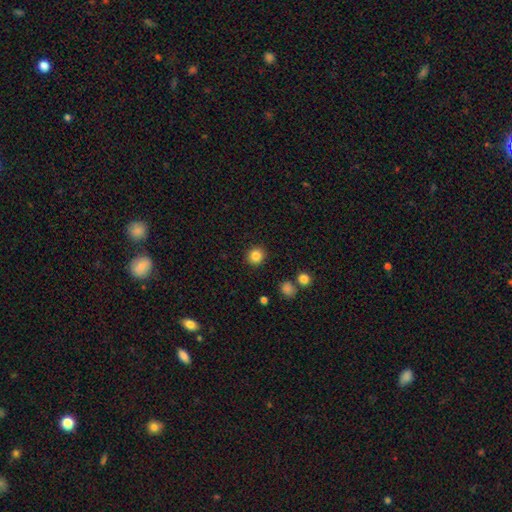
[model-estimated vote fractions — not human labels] Smooth or featured?
  - smooth: 85% *
  - star or artifact: 11%
  - featured or disk: 4%
How rounded?
  - round: 90% *
  - in between: 10%
  - cigar-shaped: 1%
Merging?
  - none: 91% *
  - minor disturbance: 6%
  - major disturbance: 2%
  - merger: 2%